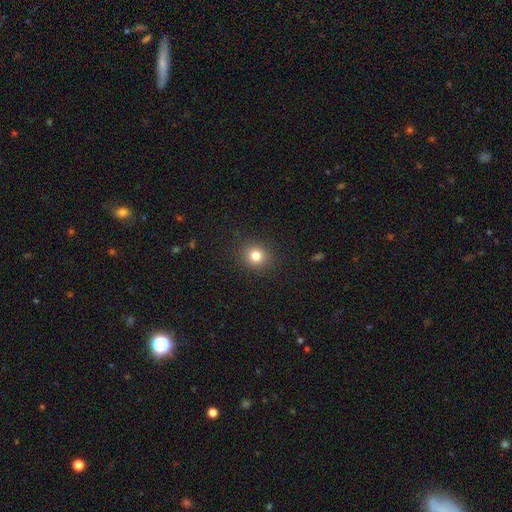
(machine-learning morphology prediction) Smooth or featured?
  - smooth: 80% *
  - star or artifact: 13%
  - featured or disk: 7%
How rounded?
  - round: 84% *
  - in between: 15%
  - cigar-shaped: 1%
Merging?
  - none: 90% *
  - minor disturbance: 7%
  - major disturbance: 2%
  - merger: 1%